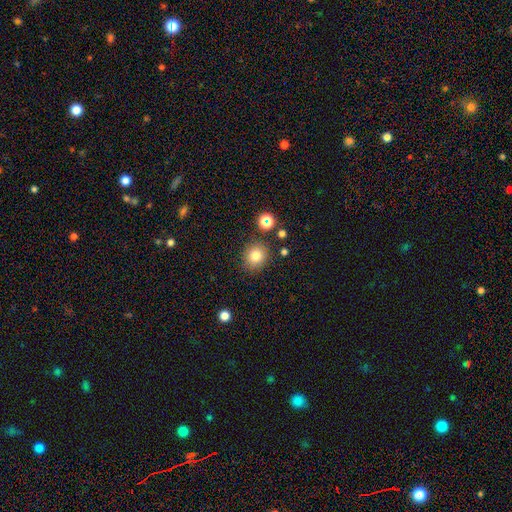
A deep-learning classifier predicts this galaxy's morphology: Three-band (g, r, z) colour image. It shows a smooth galaxy with no disk features (80%) that is round (80%). Merging: none (84%).